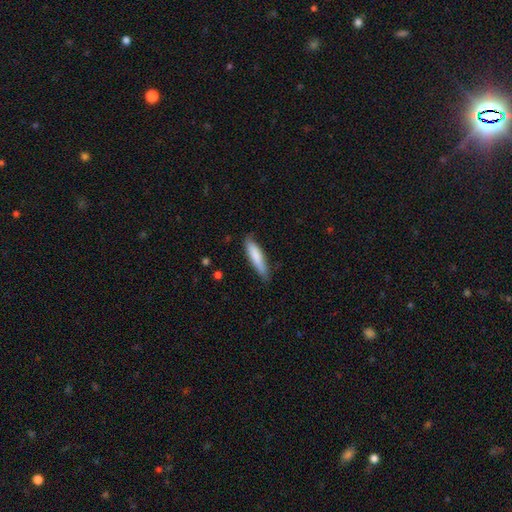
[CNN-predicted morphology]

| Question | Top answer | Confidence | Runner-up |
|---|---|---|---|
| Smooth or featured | smooth | 79% | featured or disk (16%) |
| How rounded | cigar-shaped | 83% | in between (16%) |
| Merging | none | 73% | minor disturbance (22%) |